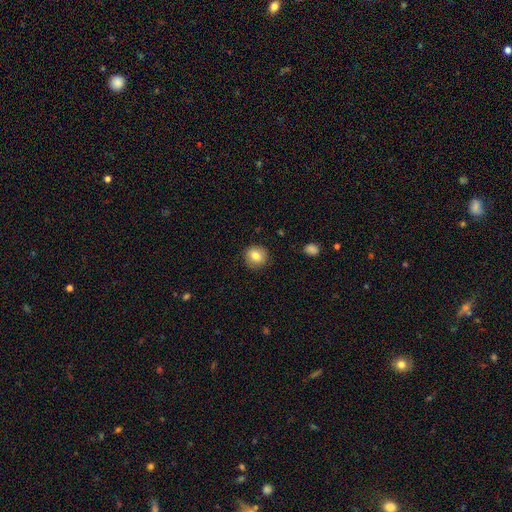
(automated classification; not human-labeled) Smooth or featured? smooth (82%)
How rounded? round (81%)
Merging? none (87%)